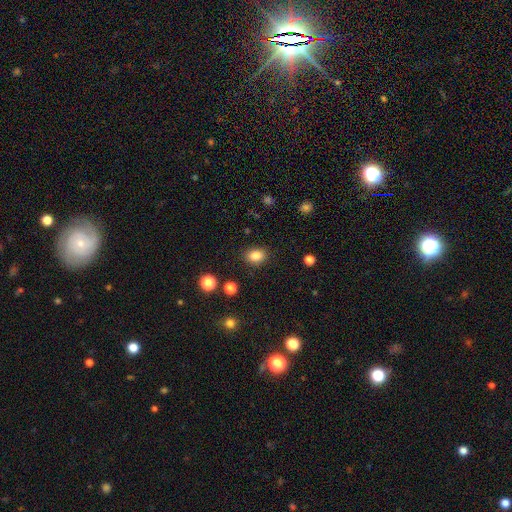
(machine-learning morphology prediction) smooth-or-featured: smooth: 84% | star or artifact: 11% | featured or disk: 5%
  how-rounded: in between: 59% | round: 40% | cigar-shaped: 1%
  merging: none: 87% | minor disturbance: 9% | major disturbance: 3% | merger: 2%